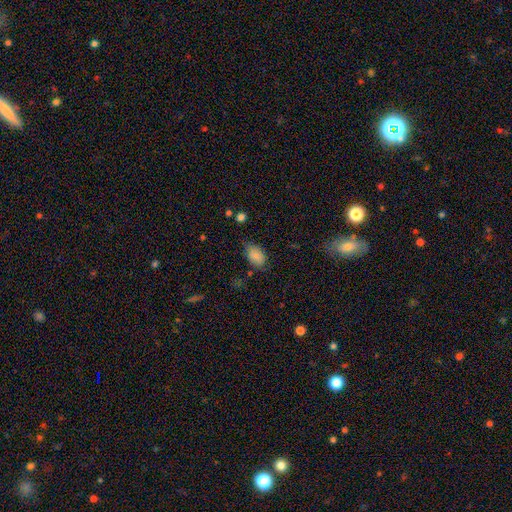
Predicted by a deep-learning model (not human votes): smooth_or_featured: smooth (p=0.83) [alt: star or artifact p=0.09]
how_rounded: in between (p=0.89) [alt: round p=0.09]
merging: none (p=0.57) [alt: minor disturbance p=0.33]